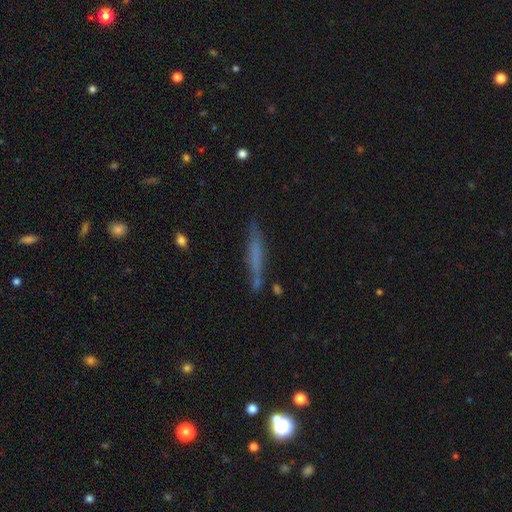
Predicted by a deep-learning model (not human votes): Smooth or featured: smooth — 53% (featured or disk — 38%)
How rounded: cigar-shaped — 92% (in between — 6%)
Merging: none — 74% (minor disturbance — 16%)